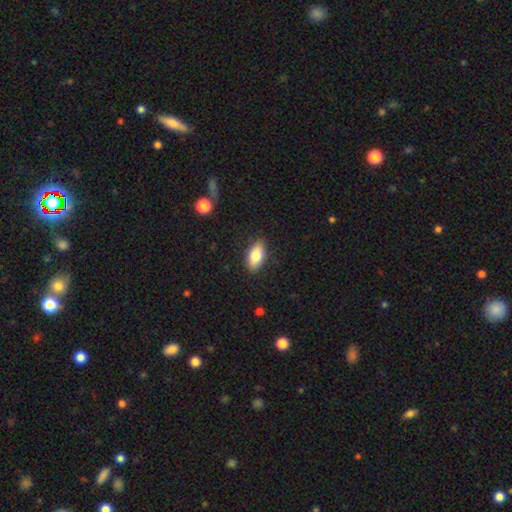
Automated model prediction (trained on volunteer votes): This is clearly a smooth galaxy (81%). How rounded: clearly in between (89%). Merging: clearly none (87%).